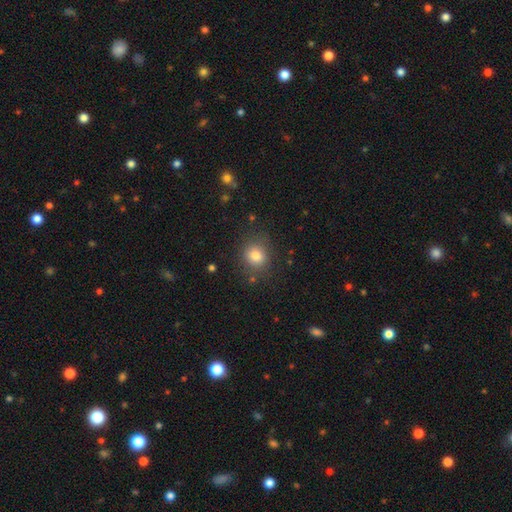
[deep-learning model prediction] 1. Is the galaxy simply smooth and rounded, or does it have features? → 81% smooth, 12% star or artifact, 8% featured or disk.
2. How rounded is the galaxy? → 75% round, 24% in between, 1% cigar-shaped.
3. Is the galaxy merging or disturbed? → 82% none, 12% minor disturbance, 4% major disturbance, 2% merger.